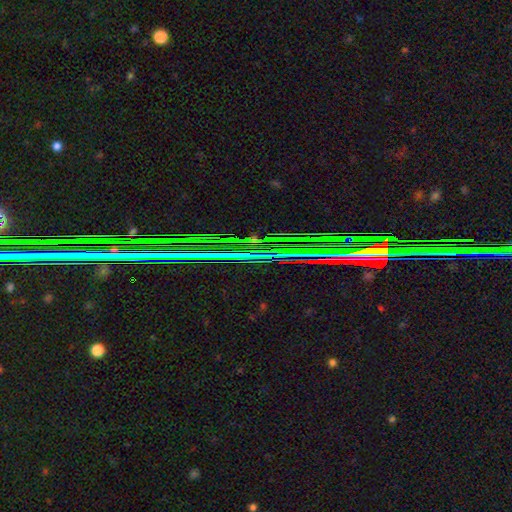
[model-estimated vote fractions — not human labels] smooth_or_featured: star or artifact (p=0.83) [alt: featured or disk p=0.10]